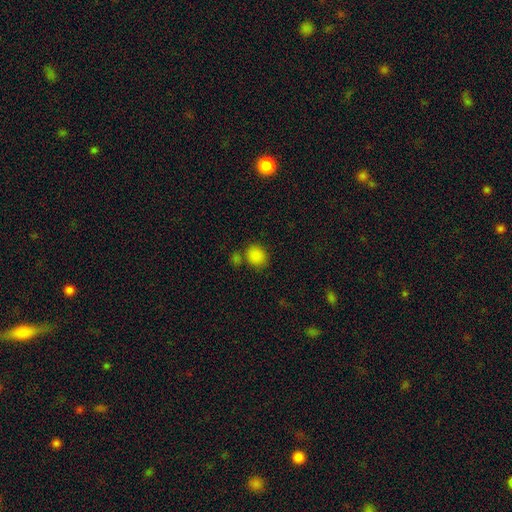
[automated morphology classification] Smooth or featured? smooth (85%)
How rounded? round (66%)
Merging? none (66%)